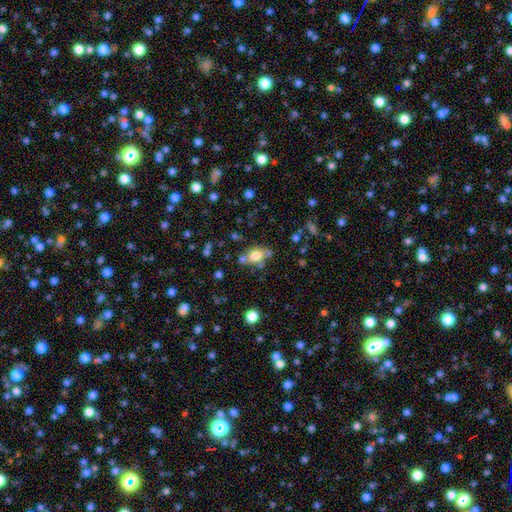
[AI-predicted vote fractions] A smooth galaxy with no disk features (74%) that is in between round and cigar-shaped (62%).

Vote fractions:
- Smooth or featured? smooth: 74% / featured or disk: 14% / star or artifact: 12%
- How rounded? in between: 62% / round: 35% / cigar-shaped: 2%
- Merging? none: 60% / merger: 18% / minor disturbance: 16% / major disturbance: 6%